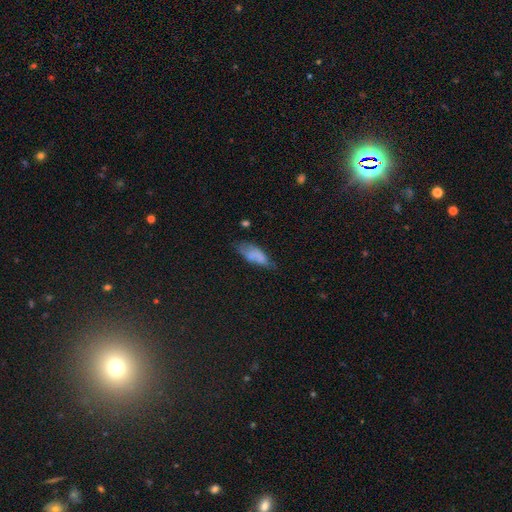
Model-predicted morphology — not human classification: Q: Smooth or featured?
A: smooth (71%); runner-up: featured or disk (20%)
Q: How rounded?
A: in between (74%); runner-up: cigar-shaped (24%)
Q: Merging?
A: none (47%); runner-up: minor disturbance (33%)